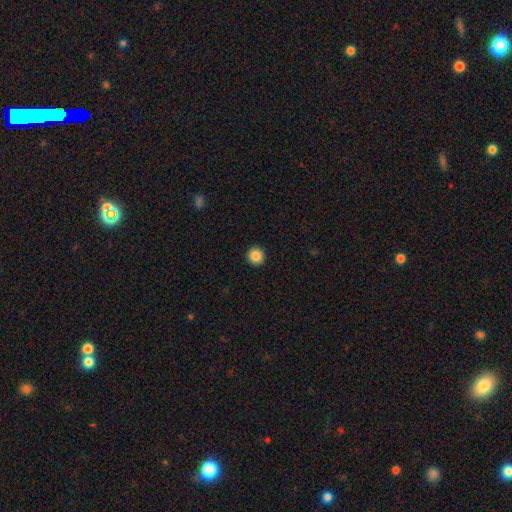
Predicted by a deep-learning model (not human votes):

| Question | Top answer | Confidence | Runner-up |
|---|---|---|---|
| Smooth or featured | smooth | 87% | star or artifact (9%) |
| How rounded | round | 96% | in between (3%) |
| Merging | none | 94% | minor disturbance (4%) |